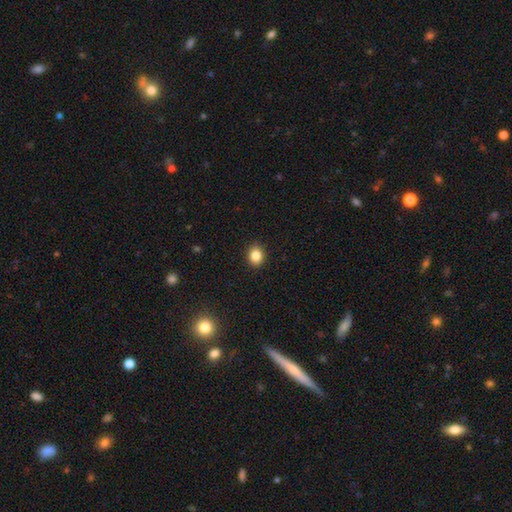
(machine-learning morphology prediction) A smooth galaxy with no disk features (85%) that is round (62%). Merging: none (90%).